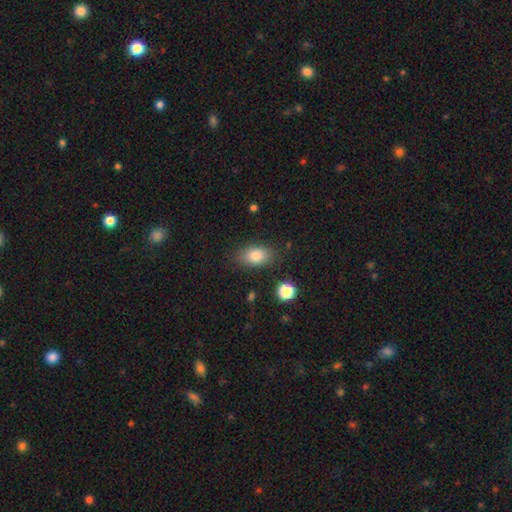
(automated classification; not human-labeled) Smooth or featured?
  - smooth: 82% *
  - featured or disk: 10%
  - star or artifact: 9%
How rounded?
  - in between: 85% *
  - round: 13%
  - cigar-shaped: 2%
Merging?
  - none: 80% *
  - minor disturbance: 14%
  - major disturbance: 4%
  - merger: 2%